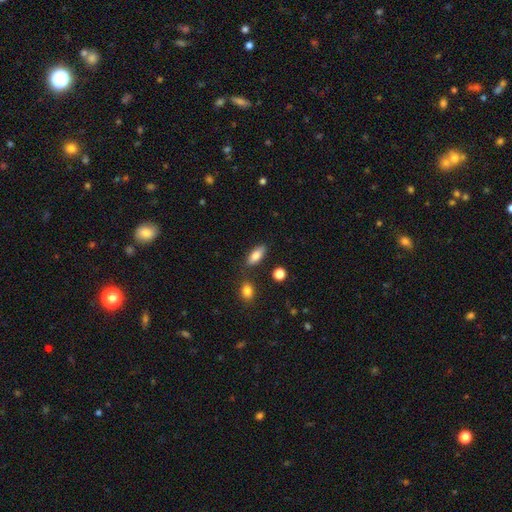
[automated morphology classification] This is clearly a smooth galaxy (80%). How rounded: clearly in between (80%). Merging: likely none (79%).